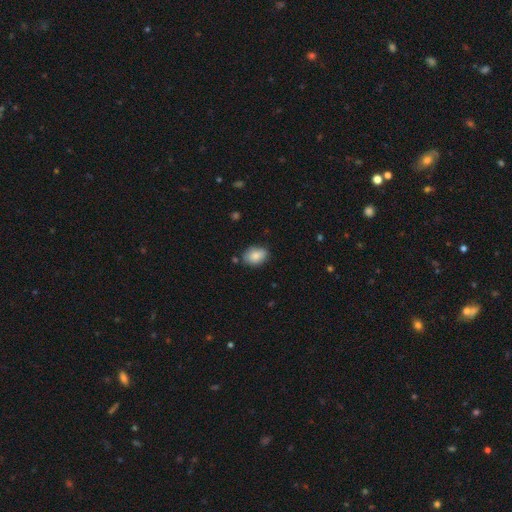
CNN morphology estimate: This is clearly a smooth galaxy (85%). How rounded: clearly in between (80%). Merging: likely none (75%).